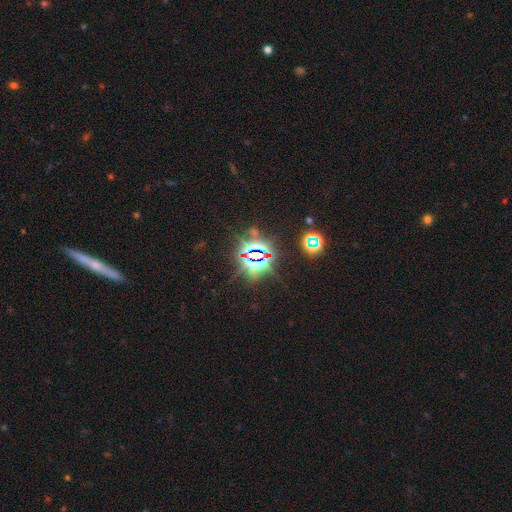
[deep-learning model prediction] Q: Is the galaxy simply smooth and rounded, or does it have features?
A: star or artifact — 81%.